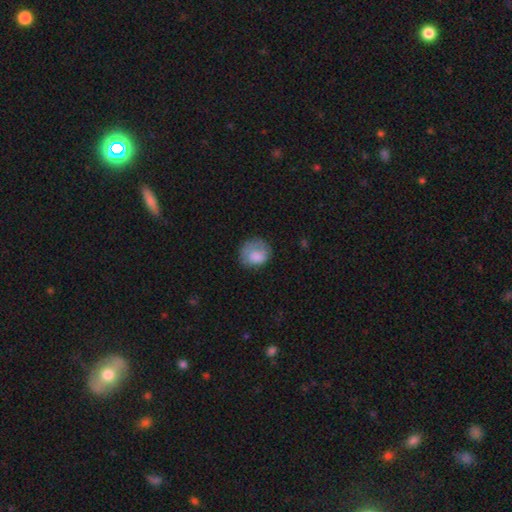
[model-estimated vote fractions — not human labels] A smooth galaxy with no disk features (77%) that is round (70%).

Vote fractions:
- Smooth or featured? smooth: 77% / featured or disk: 15% / star or artifact: 8%
- How rounded? round: 70% / in between: 29% / cigar-shaped: 1%
- Merging? none: 54% / minor disturbance: 28% / major disturbance: 16% / merger: 2%